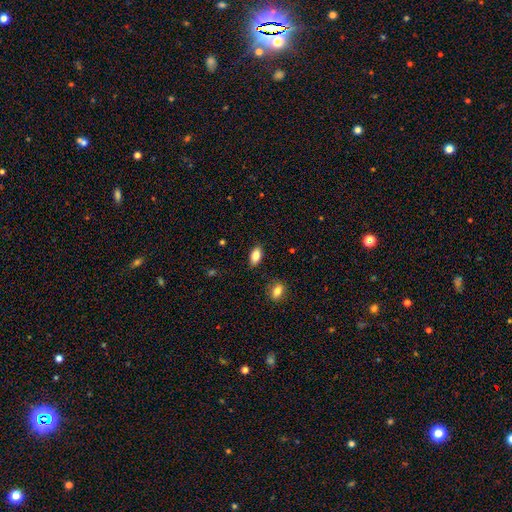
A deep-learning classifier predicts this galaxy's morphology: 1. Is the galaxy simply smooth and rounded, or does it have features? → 84% smooth, 9% featured or disk, 8% star or artifact.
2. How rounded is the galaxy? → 90% in between, 6% cigar-shaped, 4% round.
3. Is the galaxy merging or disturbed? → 86% none, 10% minor disturbance, 2% major disturbance, 1% merger.